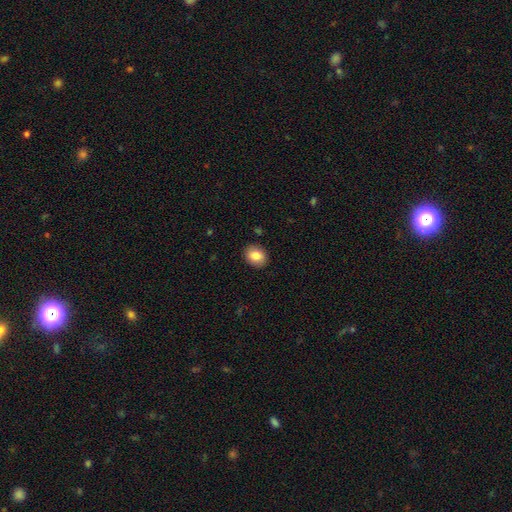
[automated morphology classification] smooth-or-featured: smooth: 84% | star or artifact: 8% | featured or disk: 8%
  how-rounded: in between: 52% | round: 47% | cigar-shaped: 1%
  merging: none: 89% | minor disturbance: 8% | major disturbance: 2% | merger: 1%